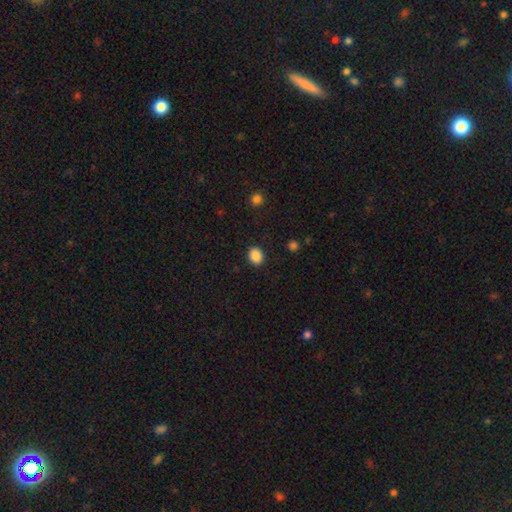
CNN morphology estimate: smooth_or_featured: smooth (p=0.88) [alt: star or artifact p=0.09]
how_rounded: in between (p=0.50) [alt: round p=0.49]
merging: none (p=0.89) [alt: minor disturbance p=0.08]